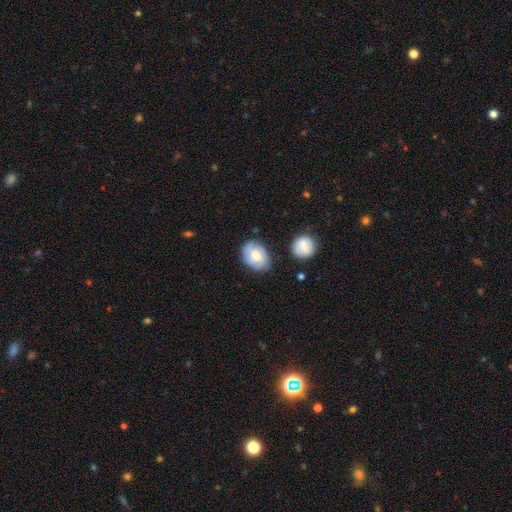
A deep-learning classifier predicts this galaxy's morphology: Q: Smooth or featured?
A: smooth (48%); runner-up: featured or disk (45%)
Q: Merging?
A: none (73%); runner-up: minor disturbance (19%)